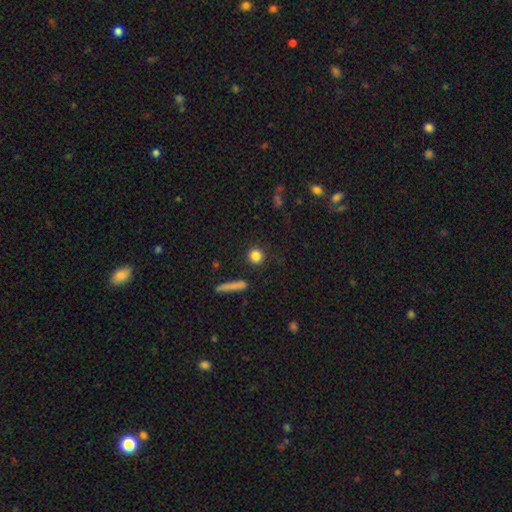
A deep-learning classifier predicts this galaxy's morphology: smooth_or_featured: smooth (p=0.85) [alt: star or artifact p=0.09]
how_rounded: round (p=0.90) [alt: in between p=0.07]
merging: none (p=0.89) [alt: minor disturbance p=0.06]